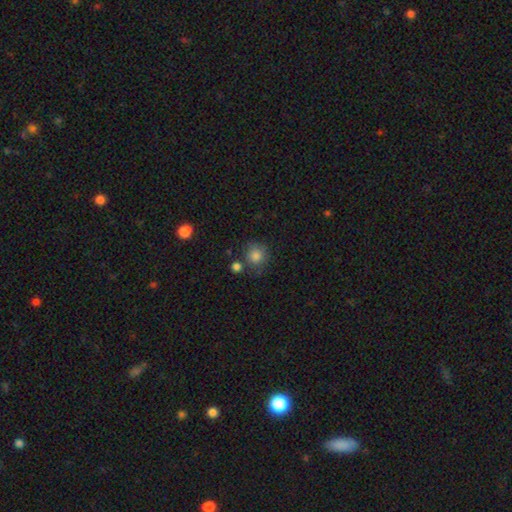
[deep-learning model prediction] A smooth galaxy with no disk features (83%) that is round (89%). Merging: none (70%).